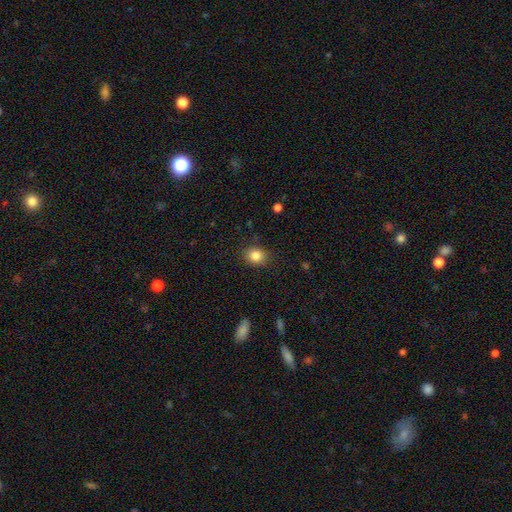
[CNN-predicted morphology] Q: Smooth or featured?
A: smooth (84%); runner-up: star or artifact (10%)
Q: How rounded?
A: round (64%); runner-up: in between (36%)
Q: Merging?
A: none (86%); runner-up: minor disturbance (10%)